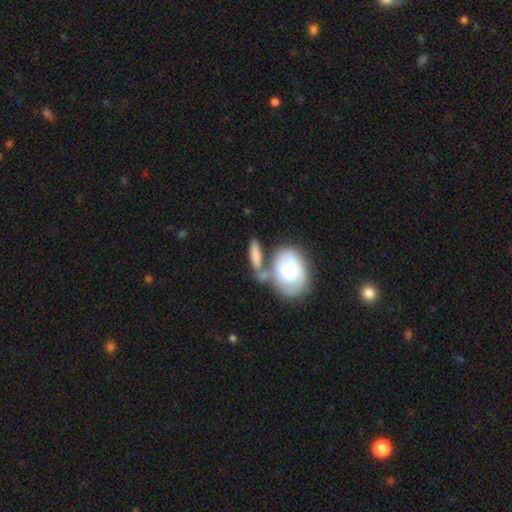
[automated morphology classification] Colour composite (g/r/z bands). It shows a smooth galaxy with no disk features (65%) that is in between round and cigar-shaped (64%). Merging: none (39%, tied with merger).